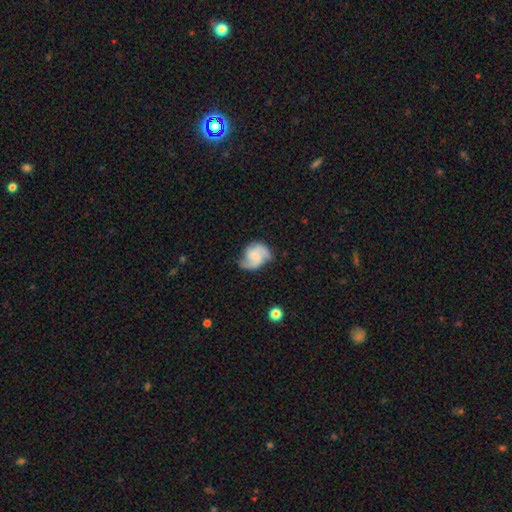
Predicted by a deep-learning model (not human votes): Overall: featured or disk (76%). Edge-on disk: no (98%). Bar: no (53%; weak 39%). Spiral arms: yes (96%). Spiral arm count: 2 (69%). Spiral winding: medium (51%; loose 27%). Bulge size: small (51%; none 27%). Merging: none (65%).